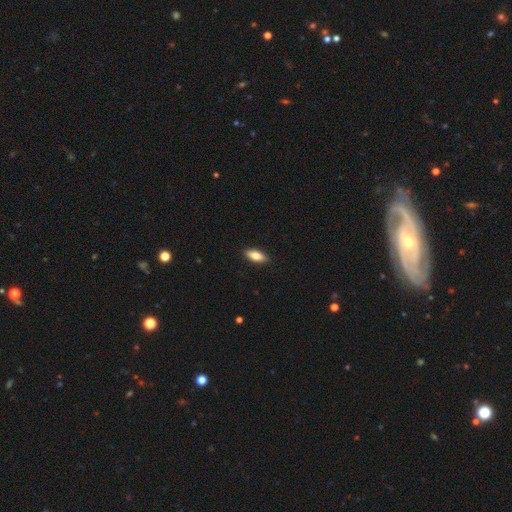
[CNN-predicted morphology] A smooth galaxy with no disk features (76%) that is in between round and cigar-shaped (77%).

Vote fractions:
- Smooth or featured? smooth: 76% / featured or disk: 18% / star or artifact: 6%
- How rounded? in between: 77% / cigar-shaped: 20% / round: 3%
- Merging? none: 90% / minor disturbance: 8% / major disturbance: 2% / merger: 1%